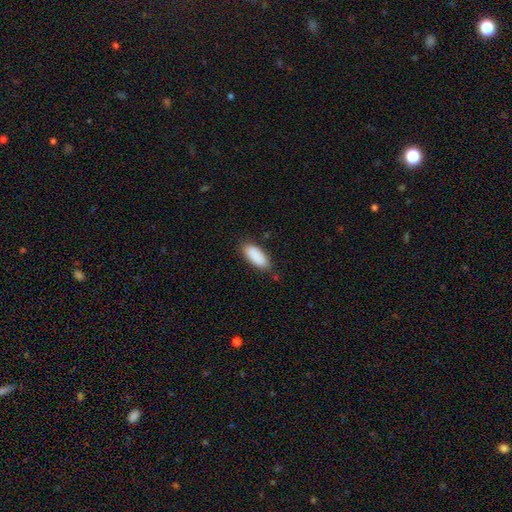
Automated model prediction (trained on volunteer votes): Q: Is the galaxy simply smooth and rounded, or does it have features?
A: smooth — 90%.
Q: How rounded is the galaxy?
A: in between — 85%.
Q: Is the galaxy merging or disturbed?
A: none — 82%.